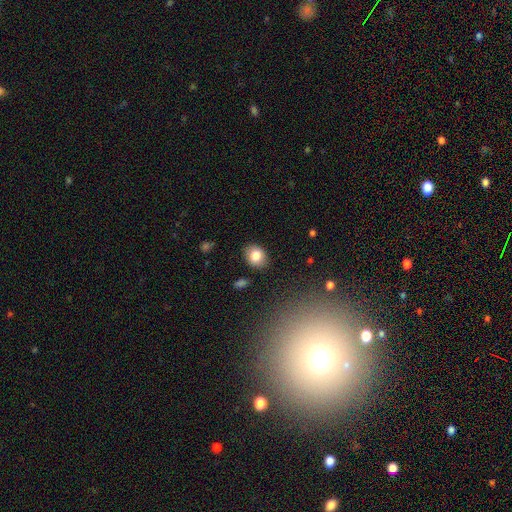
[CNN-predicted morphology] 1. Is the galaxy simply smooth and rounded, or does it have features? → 82% smooth, 9% featured or disk, 9% star or artifact.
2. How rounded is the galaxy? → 51% in between, 48% round, 1% cigar-shaped.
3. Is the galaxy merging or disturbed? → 86% none, 10% minor disturbance, 2% major disturbance, 2% merger.